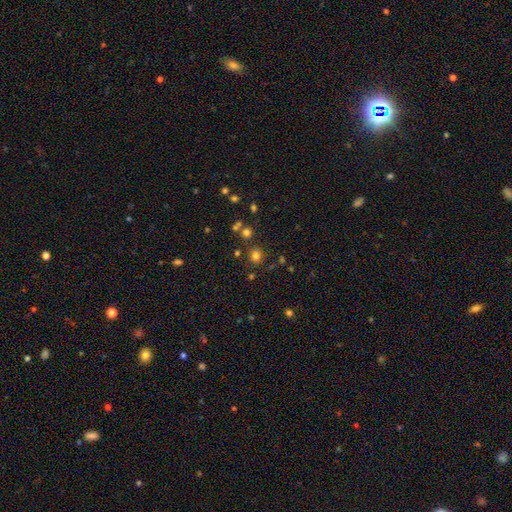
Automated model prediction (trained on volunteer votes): Smooth or featured: smooth — 74% (star or artifact — 20%)
How rounded: round — 85% (in between — 14%)
Merging: none — 82% (minor disturbance — 8%)